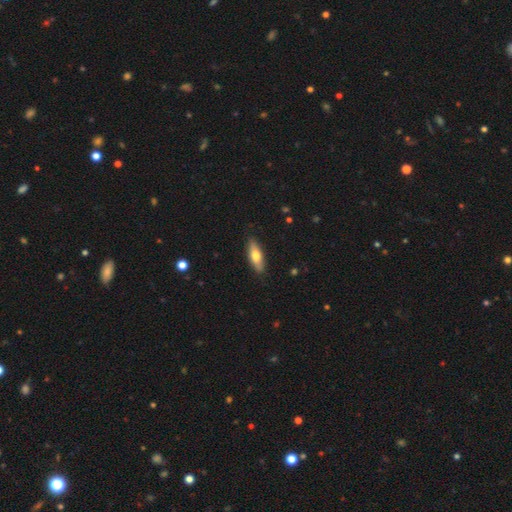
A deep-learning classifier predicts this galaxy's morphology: Q: Smooth or featured?
A: smooth (65%); runner-up: featured or disk (30%)
Q: How rounded?
A: in between (56%); runner-up: cigar-shaped (41%)
Q: Merging?
A: none (87%); runner-up: minor disturbance (10%)